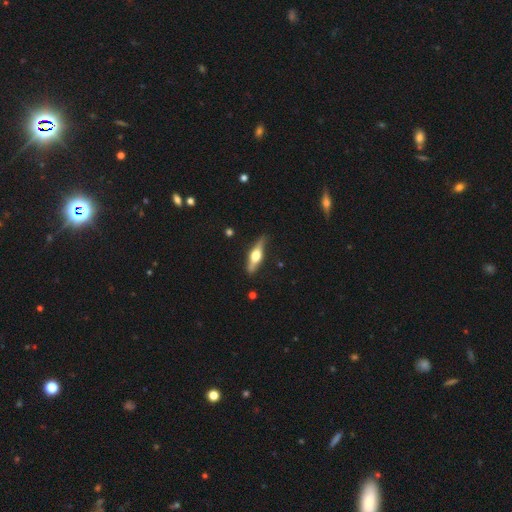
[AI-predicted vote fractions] Morphology: type=featured or disk (64%); edge-on=yes (94%); edge-on bulge=rounded (94%); merging=none (84%).